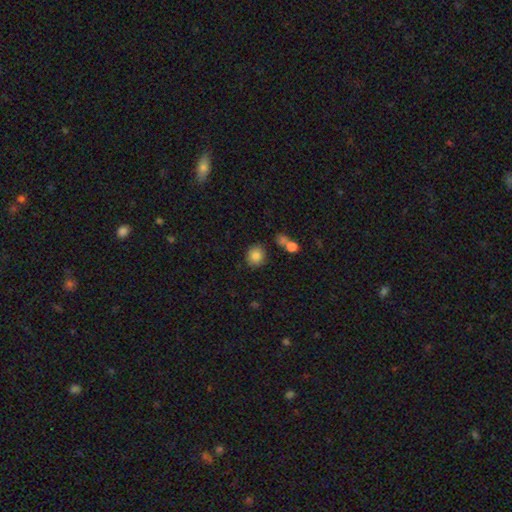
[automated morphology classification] Smooth or featured? smooth (85%)
How rounded? round (82%)
Merging? none (81%)